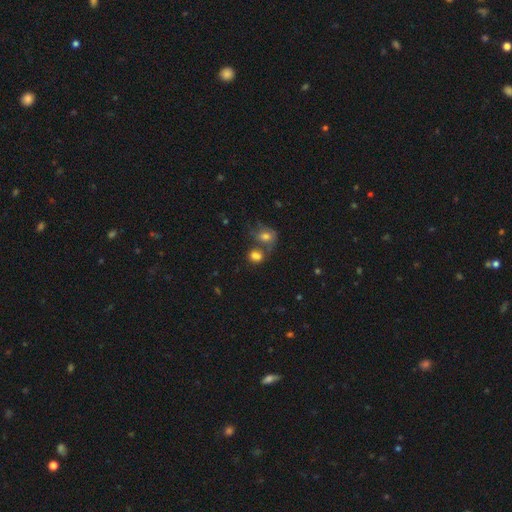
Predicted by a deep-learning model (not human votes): Overall: smooth (76%). How rounded: in between (55%; round 44%). Merging: merger (44%; none 37%).